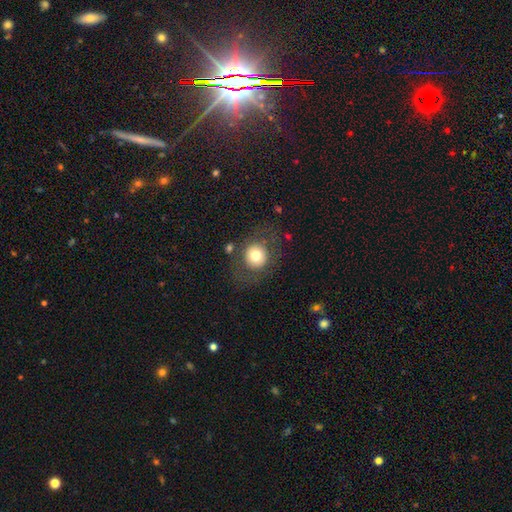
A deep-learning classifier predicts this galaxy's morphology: Smooth or featured? Predicted: smooth (p=0.72). How rounded? Predicted: round (p=0.87). Merging? Predicted: none (p=0.77).